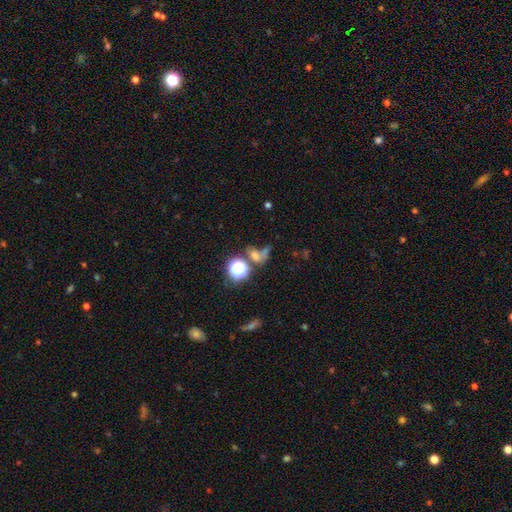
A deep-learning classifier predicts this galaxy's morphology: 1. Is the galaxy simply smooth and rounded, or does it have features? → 48% star or artifact, 34% smooth, 18% featured or disk.